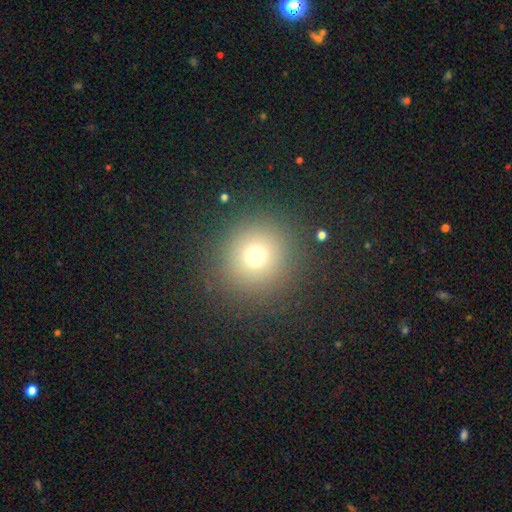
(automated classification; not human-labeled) smooth 71%, star or artifact 19%, featured or disk 10%. Down the decision tree: how rounded — round (94%); merging — none (88%).